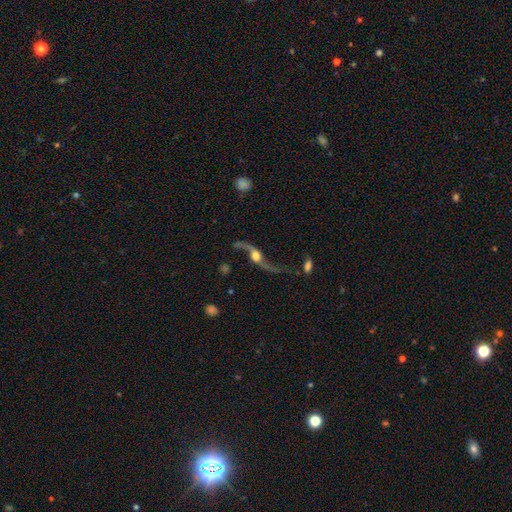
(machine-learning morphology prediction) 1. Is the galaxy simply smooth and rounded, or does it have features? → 89% featured or disk, 6% star or artifact, 6% smooth.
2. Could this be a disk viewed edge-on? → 83% no, 17% yes.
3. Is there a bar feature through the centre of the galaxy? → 63% no, 25% weak, 13% strong.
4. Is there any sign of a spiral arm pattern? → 95% yes, 5% no.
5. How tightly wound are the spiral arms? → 95% loose, 3% medium, 2% tight.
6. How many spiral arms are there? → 94% 2, 2% 1, 1% can't tell, 1% 3, 1% 4, 1% more than 4.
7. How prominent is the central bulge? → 54% moderate, 25% large, 13% small, 5% dominant, 3% none.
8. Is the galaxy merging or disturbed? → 63% none, 16% minor disturbance, 14% major disturbance, 6% merger.